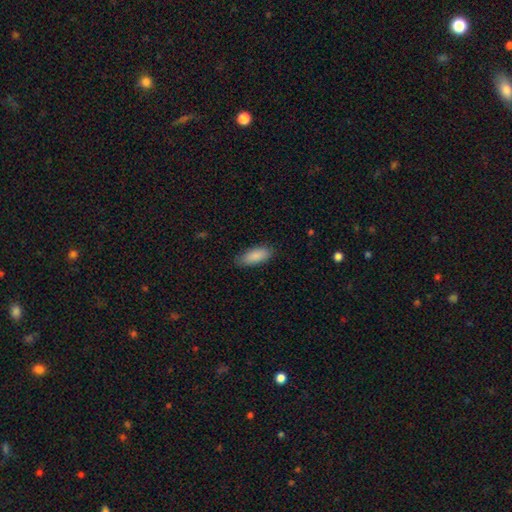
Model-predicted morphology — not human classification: Q: Smooth or featured?
A: smooth (89%); runner-up: star or artifact (6%)
Q: How rounded?
A: in between (82%); runner-up: cigar-shaped (16%)
Q: Merging?
A: none (84%); runner-up: minor disturbance (12%)